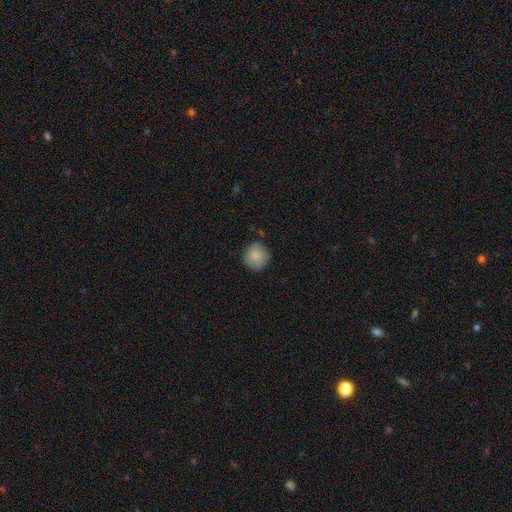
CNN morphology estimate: Smooth or featured?
  - smooth: 84% *
  - featured or disk: 8%
  - star or artifact: 7%
How rounded?
  - round: 90% *
  - in between: 9%
  - cigar-shaped: 1%
Merging?
  - none: 78% *
  - minor disturbance: 16%
  - major disturbance: 3%
  - merger: 2%